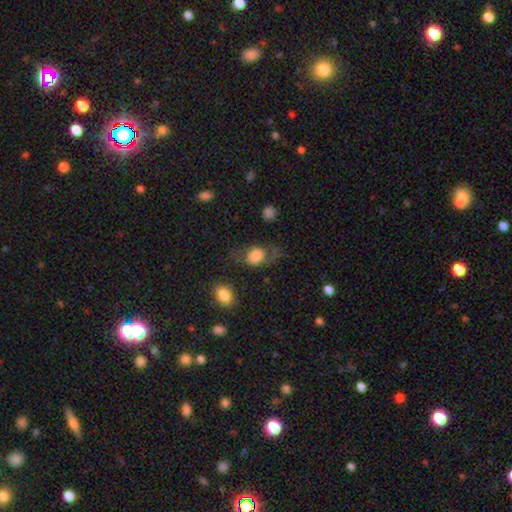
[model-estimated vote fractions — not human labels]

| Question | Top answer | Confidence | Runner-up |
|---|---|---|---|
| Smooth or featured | smooth | 72% | featured or disk (19%) |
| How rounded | in between | 59% | round (39%) |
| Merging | none | 44% | major disturbance (28%) |